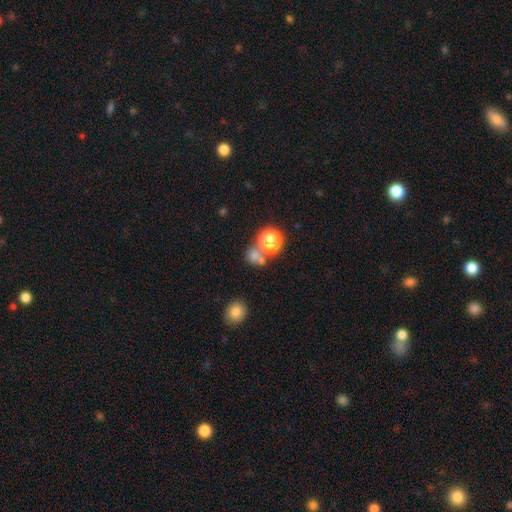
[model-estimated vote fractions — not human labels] A smooth galaxy with no disk features (69%) that is round (78%). Merging: none (48%).